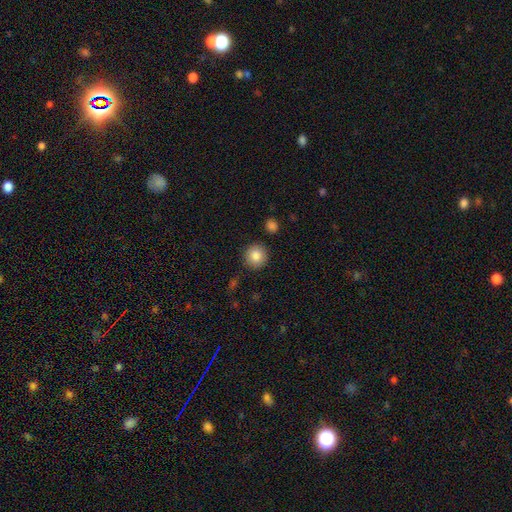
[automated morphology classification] A smooth galaxy with no disk features (85%) that is round (93%).

Vote fractions:
- Smooth or featured? smooth: 85% / star or artifact: 8% / featured or disk: 6%
- How rounded? round: 93% / in between: 6% / cigar-shaped: 1%
- Merging? none: 89% / minor disturbance: 7% / merger: 2% / major disturbance: 2%